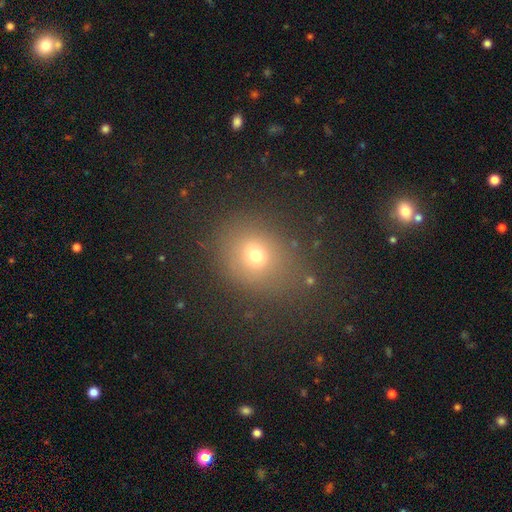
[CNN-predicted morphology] A smooth galaxy with no disk features (70%) that is round (65%). Merging: none (76%).